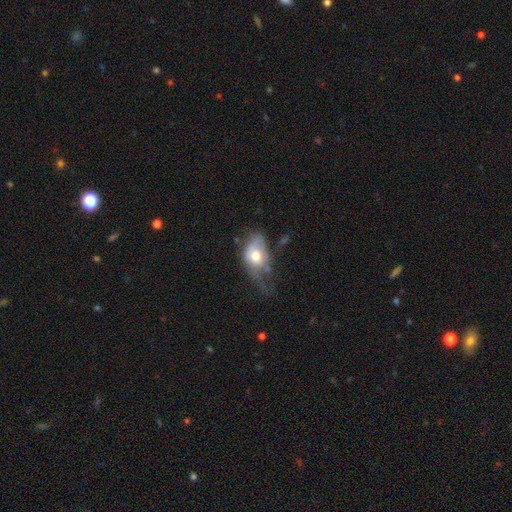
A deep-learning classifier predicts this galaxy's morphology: A smooth galaxy with no disk features (56%) that is in between round and cigar-shaped (83%). Merging: major disturbance (43%).